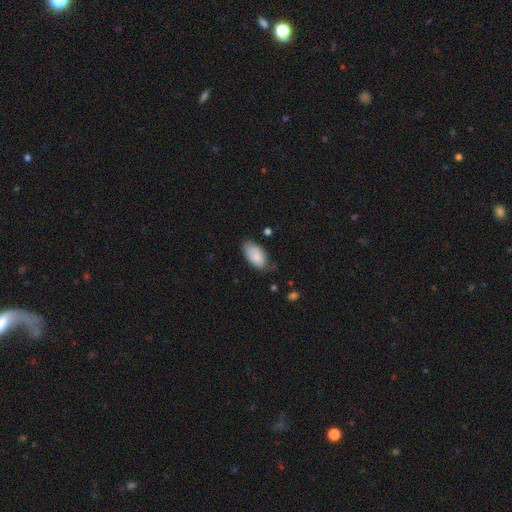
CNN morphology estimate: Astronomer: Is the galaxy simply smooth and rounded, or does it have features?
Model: smooth — 85%.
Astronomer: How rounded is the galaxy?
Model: in between — 95%.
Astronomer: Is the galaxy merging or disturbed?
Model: none — 63%.